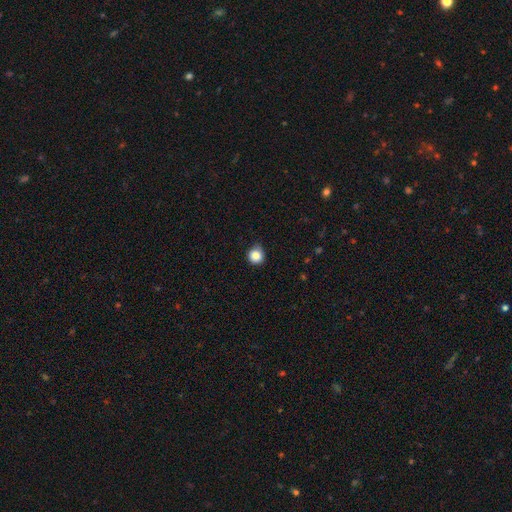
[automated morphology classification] type=smooth (87%); roundness=round (91%); merging=none (71%).